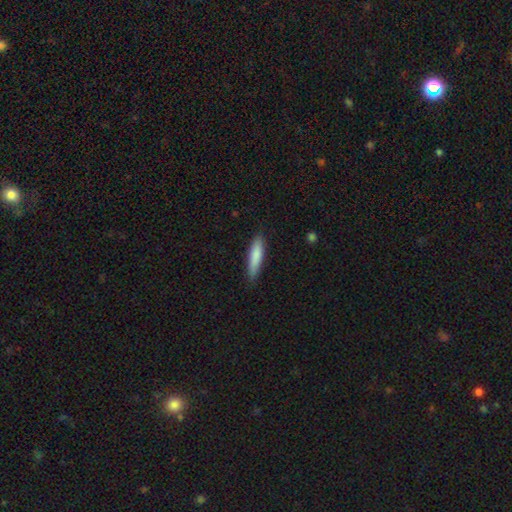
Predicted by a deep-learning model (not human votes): smooth-or-featured: smooth: 83% | featured or disk: 11% | star or artifact: 6%
  how-rounded: cigar-shaped: 77% | in between: 21% | round: 1%
  merging: none: 85% | minor disturbance: 12% | major disturbance: 2% | merger: 1%